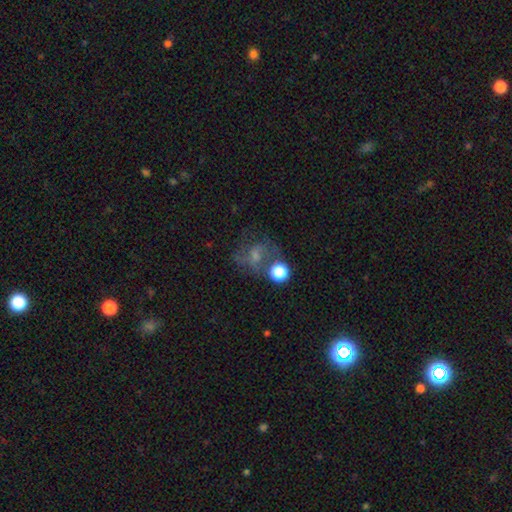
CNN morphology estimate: featured or disk 41%, smooth 37%, star or artifact 22%. Down the decision tree: merging — none (44%).